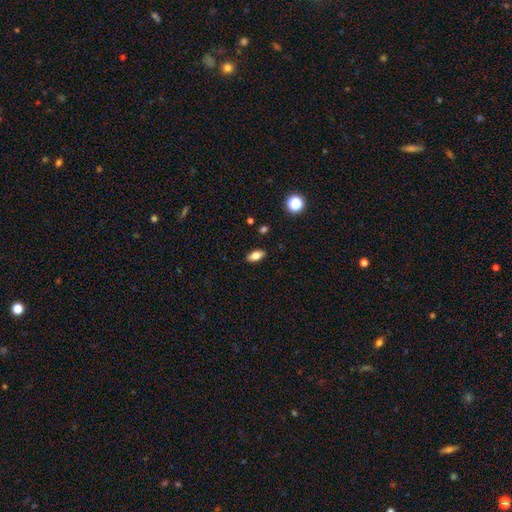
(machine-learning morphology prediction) This appears to be a smooth galaxy with no disk features (75%) that is in between round and cigar-shaped (85%). Merging: none (89%).